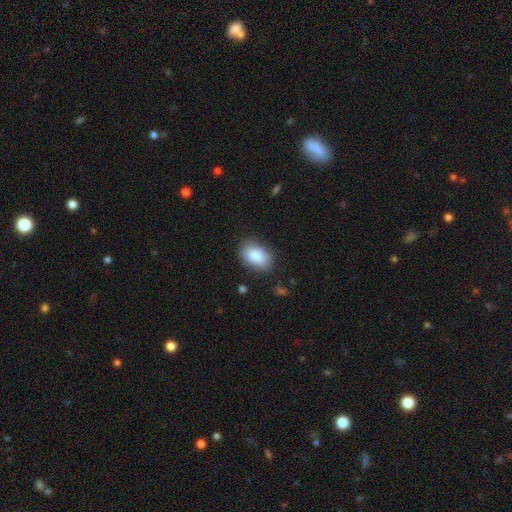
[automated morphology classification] type=smooth (85%); roundness=in between (85%); merging=none (83%).